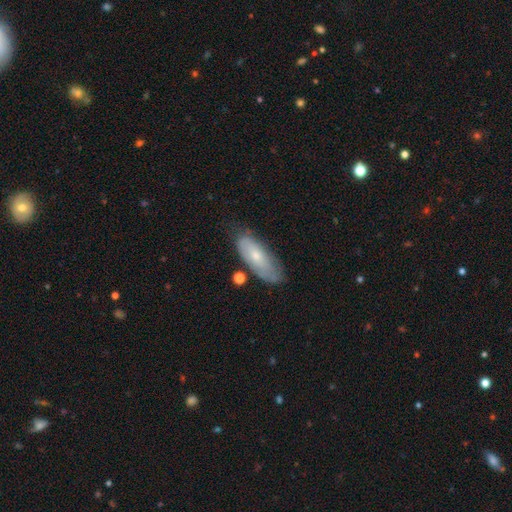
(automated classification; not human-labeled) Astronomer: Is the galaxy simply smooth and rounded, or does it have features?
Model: smooth — 57% (runner-up: featured or disk, 36%).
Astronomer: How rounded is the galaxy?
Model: in between — 75%.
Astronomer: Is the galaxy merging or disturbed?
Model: none — 62%.